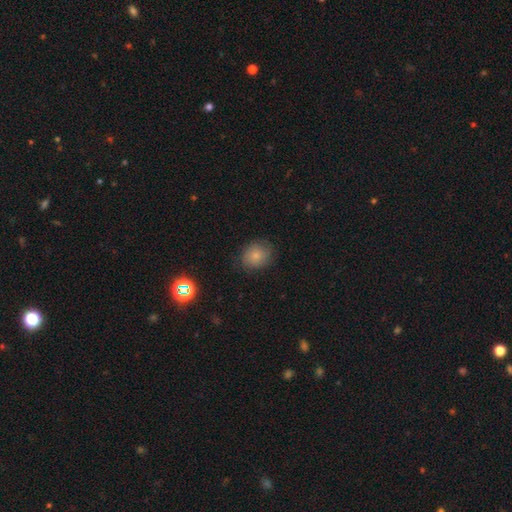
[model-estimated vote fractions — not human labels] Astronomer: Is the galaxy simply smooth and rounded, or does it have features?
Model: smooth — 79%.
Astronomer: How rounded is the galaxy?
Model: round — 64%.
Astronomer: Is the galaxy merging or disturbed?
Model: none — 78%.